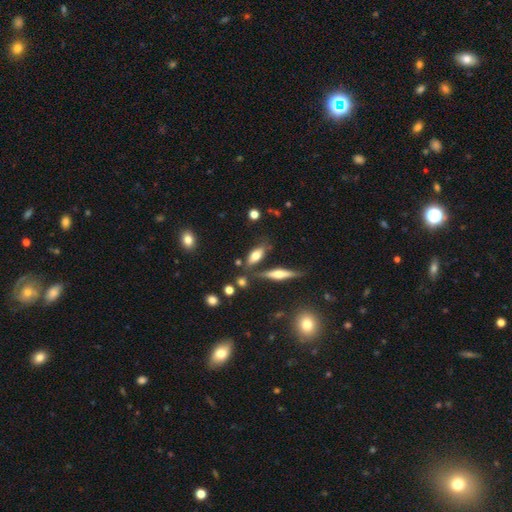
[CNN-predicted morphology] This is likely a smooth galaxy (67%). How rounded: likely in between (75%). Merging: likely none (68%).